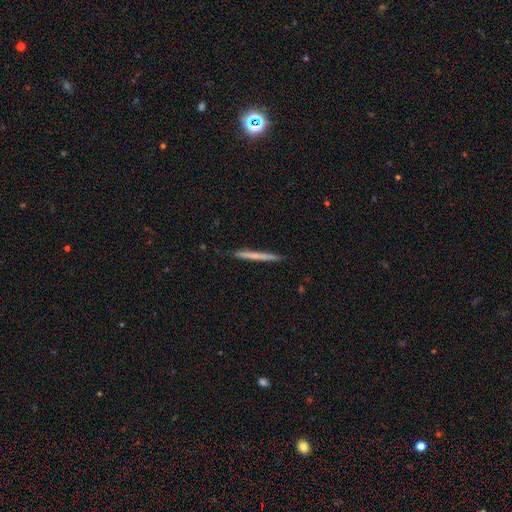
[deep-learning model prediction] smooth-or-featured: smooth: 61% | featured or disk: 33% | star or artifact: 6%
  how-rounded: cigar-shaped: 97% | in between: 2% | round: 1%
  merging: none: 90% | minor disturbance: 7% | major disturbance: 1% | merger: 1%